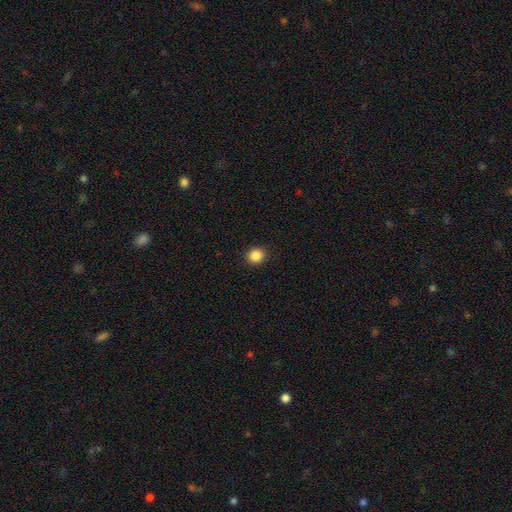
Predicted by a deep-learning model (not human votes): This appears to be a smooth galaxy with no disk features (87%) that is round (90%). Merging: none (92%).